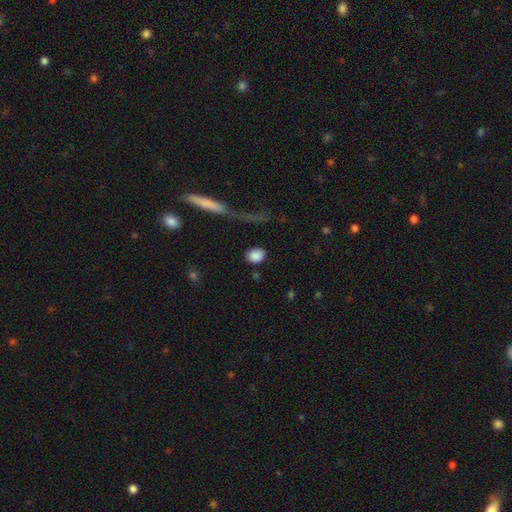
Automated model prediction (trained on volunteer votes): Smooth or featured?
  - smooth: 87% *
  - star or artifact: 8%
  - featured or disk: 5%
How rounded?
  - round: 57% *
  - in between: 41%
  - cigar-shaped: 2%
Merging?
  - none: 80% *
  - minor disturbance: 10%
  - major disturbance: 5%
  - merger: 5%